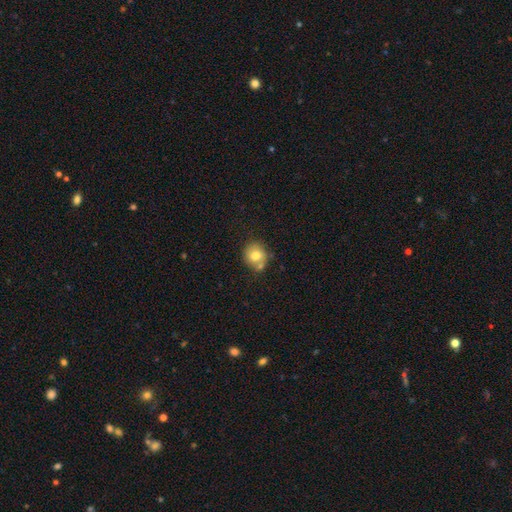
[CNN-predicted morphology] Overall: smooth (77%). How rounded: round (82%). Merging: none (60%; merger 21%).